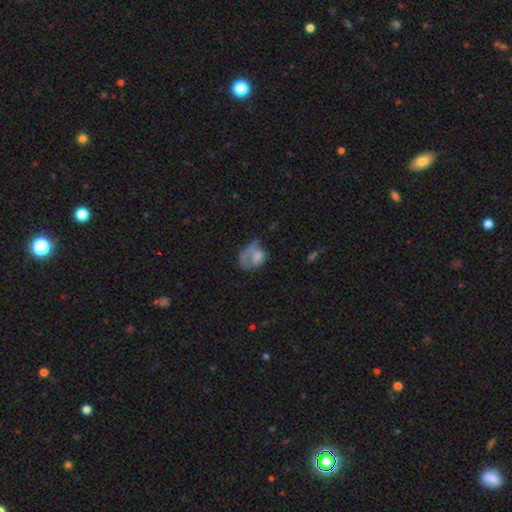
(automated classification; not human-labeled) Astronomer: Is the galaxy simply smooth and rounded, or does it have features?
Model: smooth — 50% (runner-up: featured or disk, 39%).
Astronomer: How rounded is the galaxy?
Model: in between — 67%.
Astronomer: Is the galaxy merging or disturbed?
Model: major disturbance — 42% (runner-up: none, 26%).